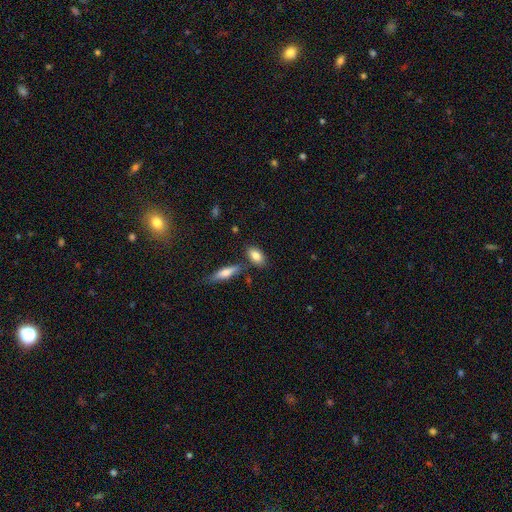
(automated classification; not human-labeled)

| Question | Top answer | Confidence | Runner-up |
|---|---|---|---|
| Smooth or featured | smooth | 82% | featured or disk (11%) |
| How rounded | in between | 85% | cigar-shaped (9%) |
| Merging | none | 74% | minor disturbance (13%) |